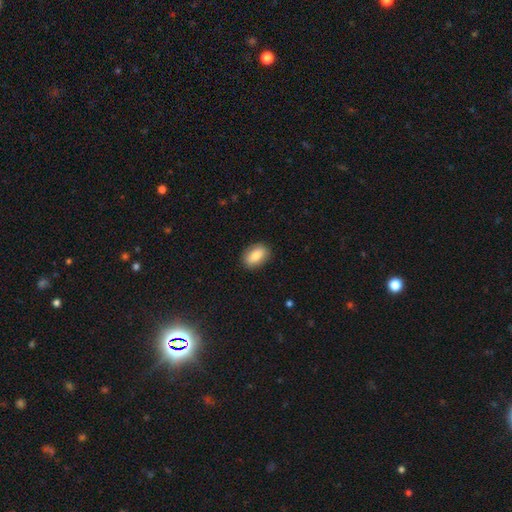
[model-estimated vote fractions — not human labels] Smooth or featured: smooth — 83% (featured or disk — 10%)
How rounded: in between — 89% (round — 9%)
Merging: none — 87% (minor disturbance — 10%)